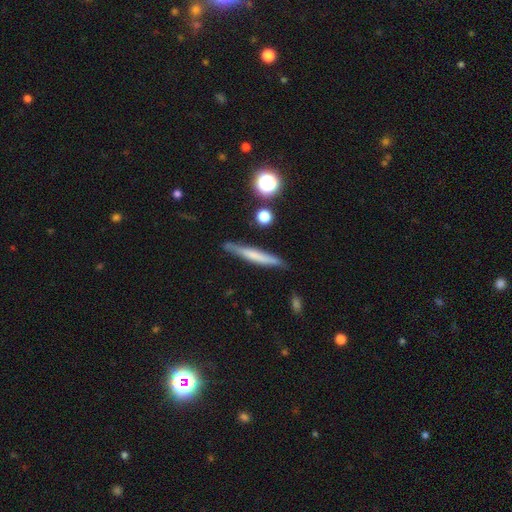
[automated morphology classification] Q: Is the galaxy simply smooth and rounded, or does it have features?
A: smooth — 54%.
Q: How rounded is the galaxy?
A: cigar-shaped — 94%.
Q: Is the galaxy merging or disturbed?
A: none — 83%.